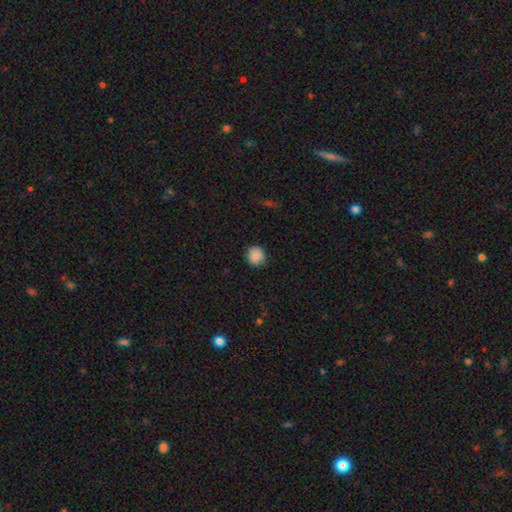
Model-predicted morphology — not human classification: Overall: smooth (84%). How rounded: round (88%). Merging: none (83%).